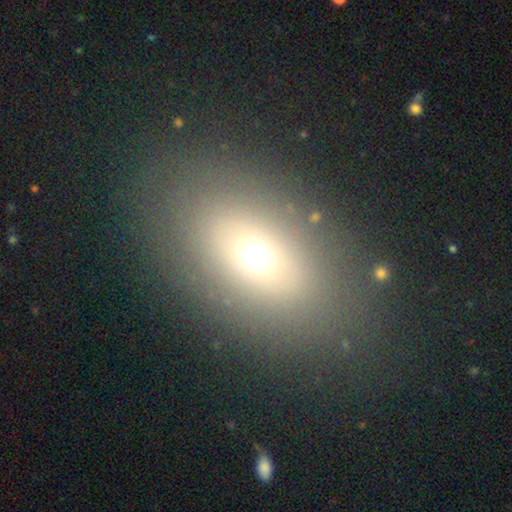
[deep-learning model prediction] smooth-or-featured: smooth: 64% | star or artifact: 19% | featured or disk: 17%
  how-rounded: in between: 71% | round: 25% | cigar-shaped: 4%
  merging: none: 80% | minor disturbance: 10% | major disturbance: 7% | merger: 3%